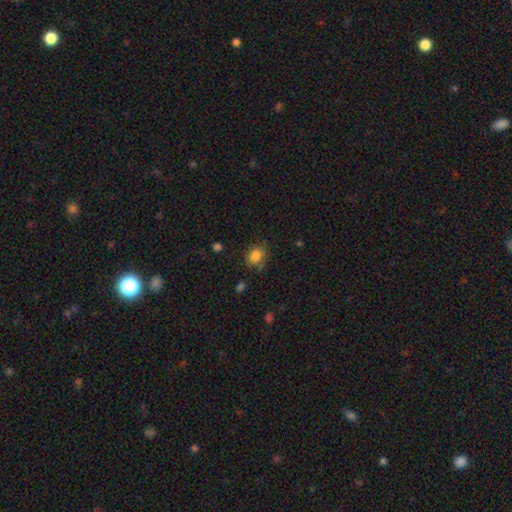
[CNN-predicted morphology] smooth-or-featured: smooth: 83% | star or artifact: 11% | featured or disk: 6%
  how-rounded: in between: 50% | round: 49% | cigar-shaped: 1%
  merging: none: 70% | minor disturbance: 21% | major disturbance: 6% | merger: 3%